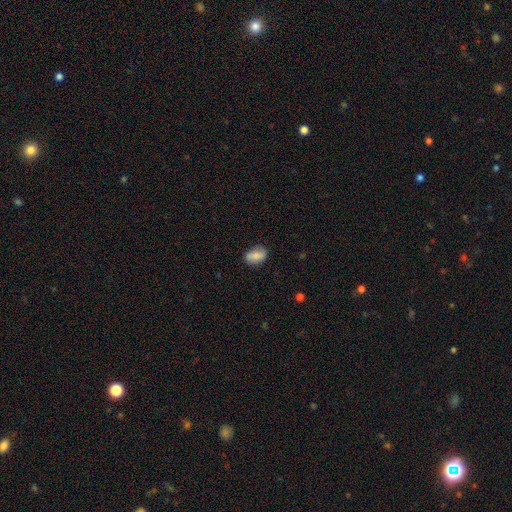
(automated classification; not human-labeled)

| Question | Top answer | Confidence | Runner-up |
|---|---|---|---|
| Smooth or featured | smooth | 76% | featured or disk (16%) |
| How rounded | in between | 87% | round (11%) |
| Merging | none | 77% | minor disturbance (18%) |